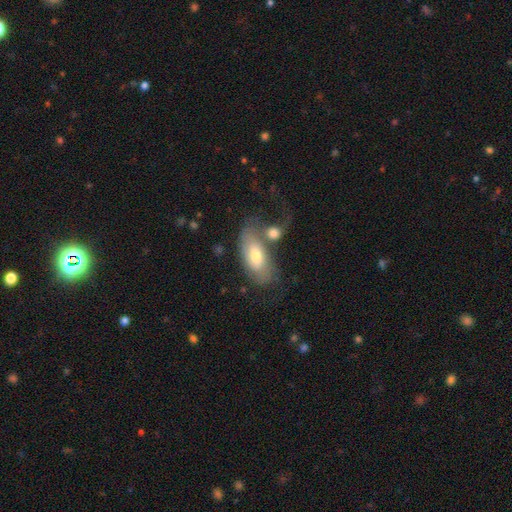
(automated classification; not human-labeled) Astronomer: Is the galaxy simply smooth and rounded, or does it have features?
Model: smooth — 60%.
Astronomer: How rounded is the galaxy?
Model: in between — 89%.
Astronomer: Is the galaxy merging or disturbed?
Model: none — 37% (runner-up: merger, 32%).